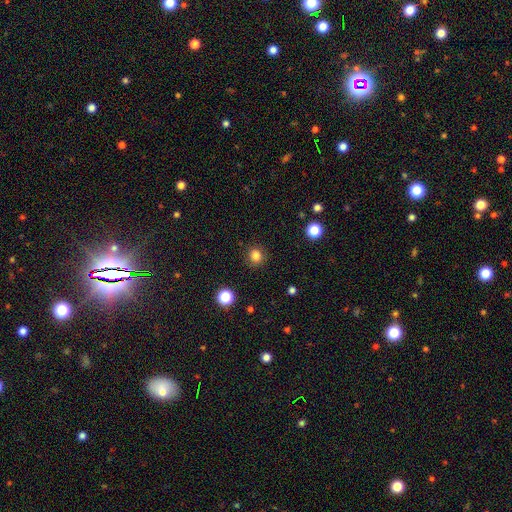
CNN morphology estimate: Smooth or featured? smooth (83%)
How rounded? round (89%)
Merging? none (90%)